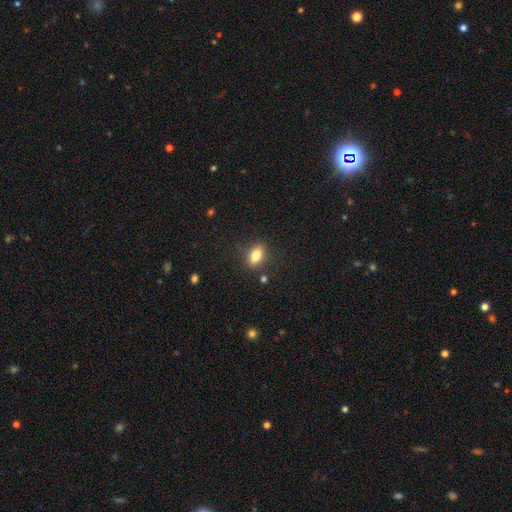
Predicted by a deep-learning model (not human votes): Morphology: type=smooth (79%); roundness=in between (83%); merging=none (84%).